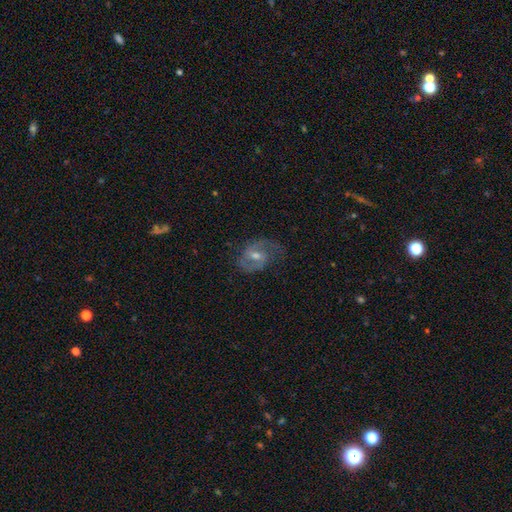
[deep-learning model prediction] This appears to be a featured or disk galaxy (82%) with a weak bar (56%), 2 (87%) medium (55%) spiral arms (95%) and a moderate central bulge (57%). Merging: none (73%).